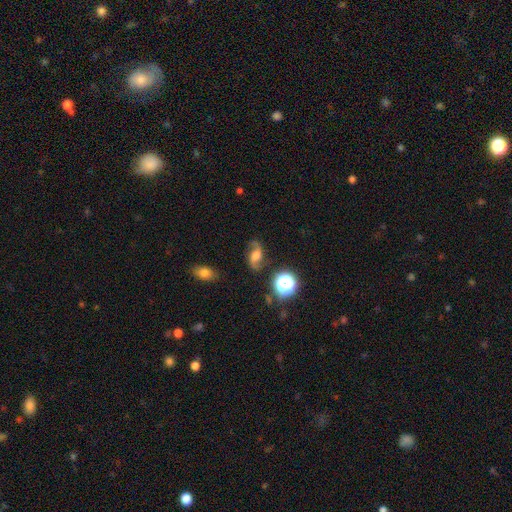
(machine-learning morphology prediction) Overall: featured or disk (64%). Edge-on disk: no (95%). Bar: no (49%; weak 39%). Spiral arms: yes (93%). Spiral arm count: 2 (91%). Spiral winding: loose (65%; medium 28%). Bulge size: moderate (41%; large 30%). Merging: none (72%).